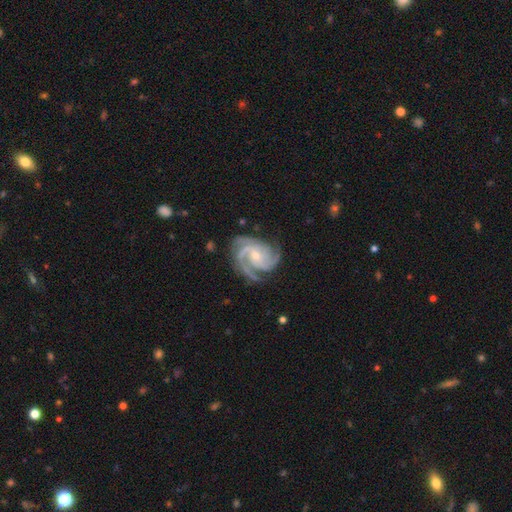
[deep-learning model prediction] Morphology: type=featured or disk (93%); edge-on=no (98%); bar=no (62%); spiral arms=yes (99%); winding=tight (54%); arm count=3 (62%); bulge=small (60%); merging=none (73%).